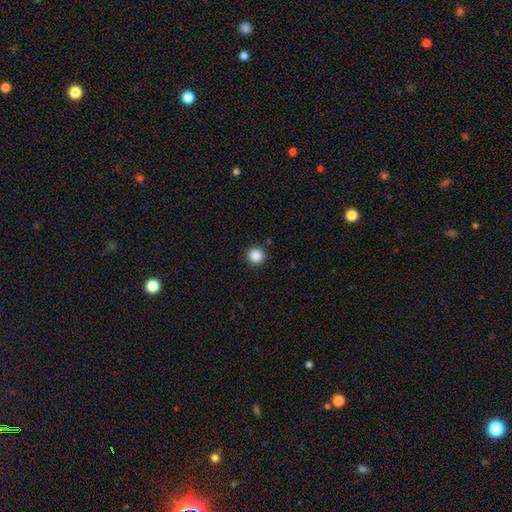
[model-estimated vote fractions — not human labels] The model was most divided on "smooth or featured": smooth: 87%, star or artifact: 11%, featured or disk: 3%. More confident: how rounded — round (96%); merging — none (91%).